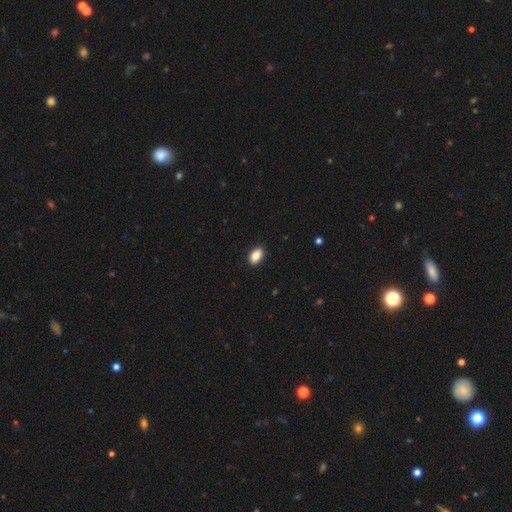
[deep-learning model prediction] The model was most divided on "smooth or featured": smooth: 86%, star or artifact: 8%, featured or disk: 6%. More confident: merging — none (91%); how rounded — in between (91%).